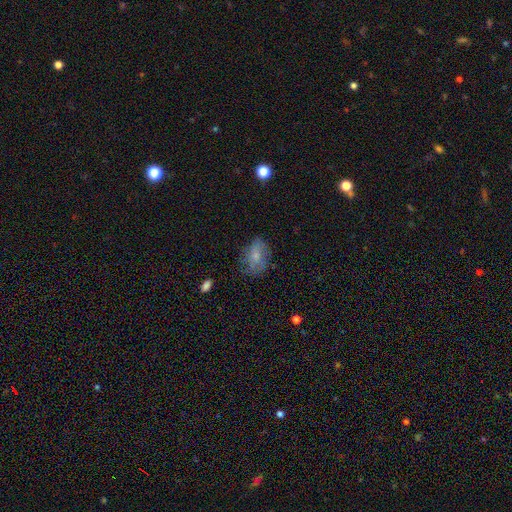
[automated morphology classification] smooth-or-featured: smooth: 60% | featured or disk: 31% | star or artifact: 9%
  how-rounded: in between: 81% | round: 17% | cigar-shaped: 2%
  merging: none: 59% | minor disturbance: 26% | major disturbance: 13% | merger: 2%